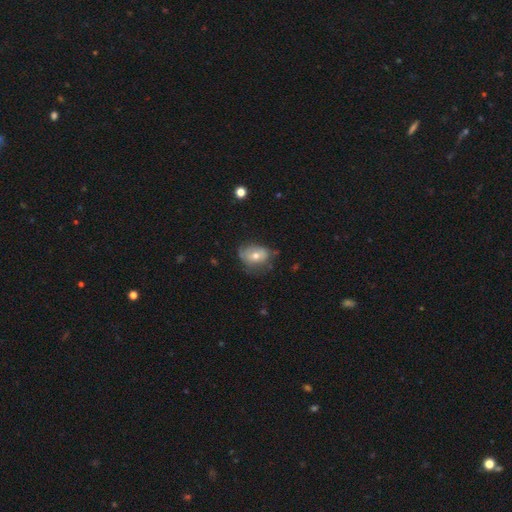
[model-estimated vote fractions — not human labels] smooth 57%, featured or disk 34%, star or artifact 9%. Down the decision tree: how rounded — in between (70%); merging — none (49%).